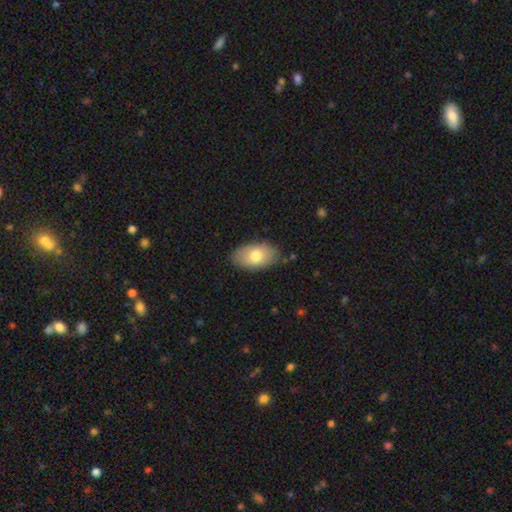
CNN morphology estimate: Smooth or featured: smooth — 76% (featured or disk — 17%)
How rounded: in between — 93% (round — 6%)
Merging: none — 83% (minor disturbance — 13%)